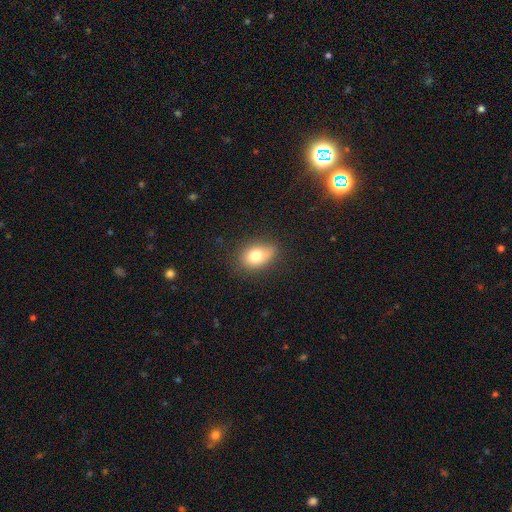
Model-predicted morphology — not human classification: This appears to be a smooth galaxy with no disk features (79%) that is in between round and cigar-shaped (79%). Merging: none (69%).